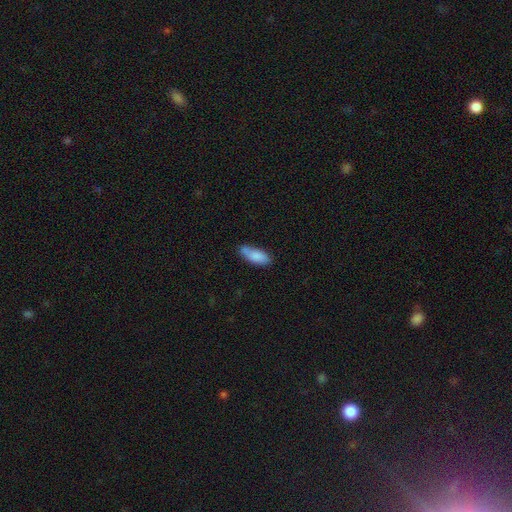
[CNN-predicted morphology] Smooth or featured? Predicted: smooth (p=0.83). How rounded? Predicted: in between (p=0.78). Merging? Predicted: none (p=0.62).